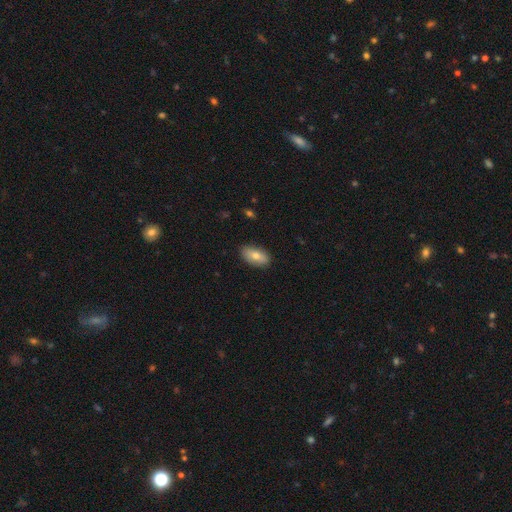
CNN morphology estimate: A smooth galaxy with no disk features (74%) that is in between round and cigar-shaped (92%). Merging: none (86%).